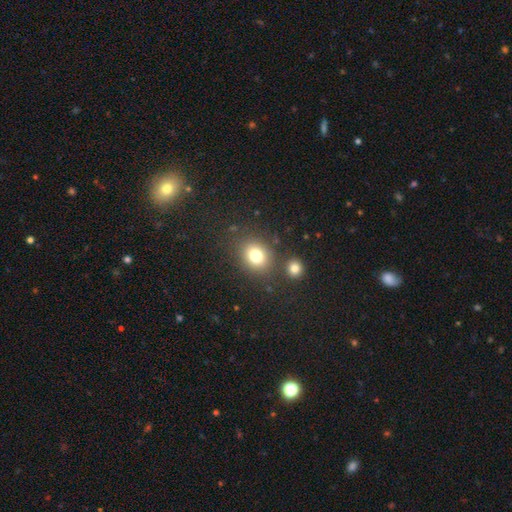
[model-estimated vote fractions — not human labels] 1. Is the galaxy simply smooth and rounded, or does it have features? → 78% smooth, 13% star or artifact, 9% featured or disk.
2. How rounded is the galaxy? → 65% round, 34% in between, 1% cigar-shaped.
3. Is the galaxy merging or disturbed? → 77% none, 9% minor disturbance, 9% merger, 4% major disturbance.